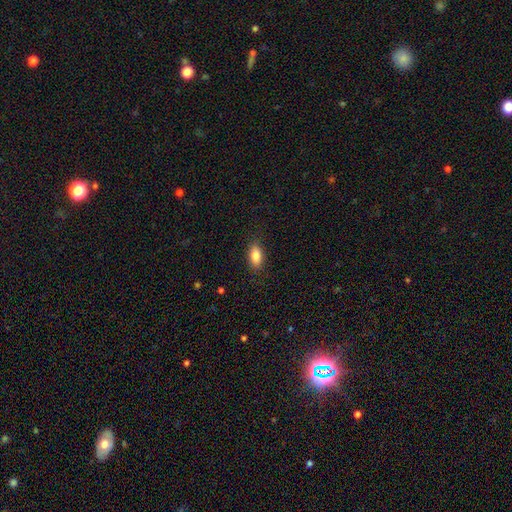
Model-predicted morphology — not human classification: smooth-or-featured: smooth: 85% | star or artifact: 7% | featured or disk: 7%
  how-rounded: in between: 90% | round: 5% | cigar-shaped: 5%
  merging: none: 86% | minor disturbance: 10% | major disturbance: 3% | merger: 1%